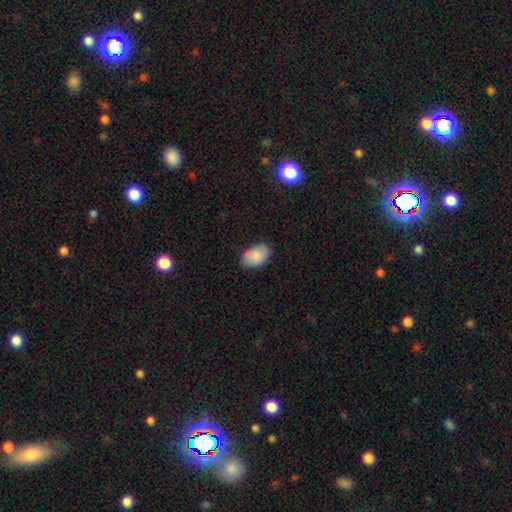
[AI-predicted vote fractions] The model was most divided on "merging": none: 77%, minor disturbance: 18%, major disturbance: 3%, merger: 1%. More confident: how rounded — in between (91%); smooth or featured — smooth (86%).